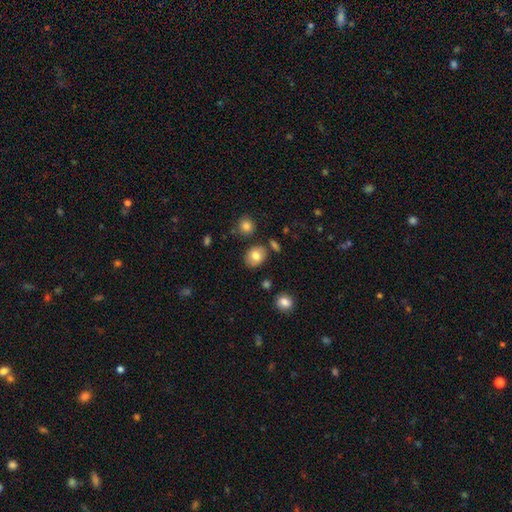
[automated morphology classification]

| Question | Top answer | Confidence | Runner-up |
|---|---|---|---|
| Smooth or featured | smooth | 79% | featured or disk (12%) |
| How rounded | in between | 52% | round (47%) |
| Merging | none | 80% | minor disturbance (12%) |